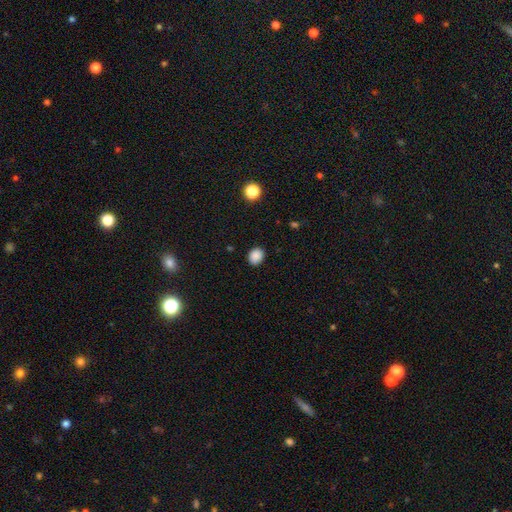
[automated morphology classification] Smooth or featured: smooth — 87% (star or artifact — 10%)
How rounded: round — 62% (in between — 37%)
Merging: none — 88% (minor disturbance — 9%)